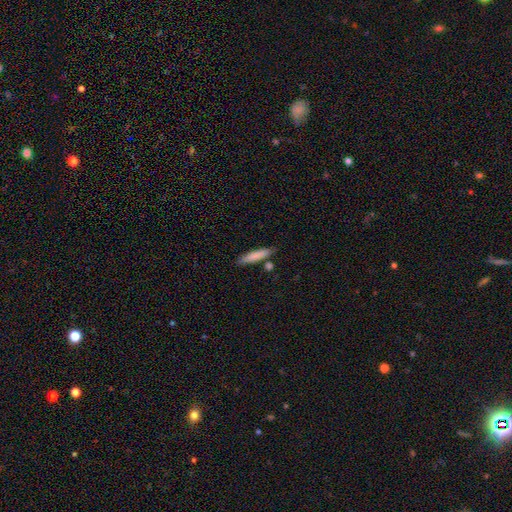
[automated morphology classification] A smooth galaxy with no disk features (79%) that is cigar-shaped (88%).

Vote fractions:
- Smooth or featured? smooth: 79% / featured or disk: 15% / star or artifact: 6%
- How rounded? cigar-shaped: 88% / in between: 11% / round: 2%
- Merging? none: 81% / minor disturbance: 11% / merger: 6% / major disturbance: 2%